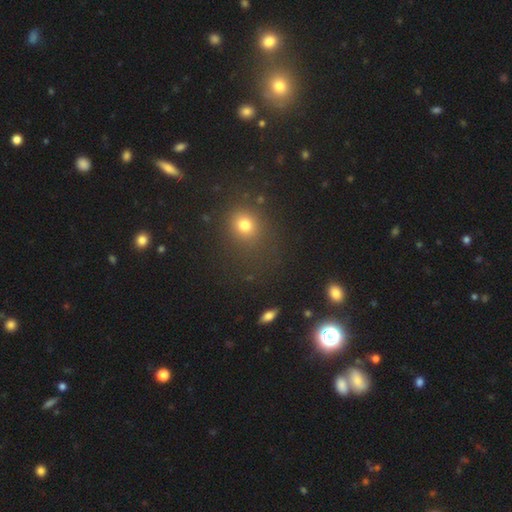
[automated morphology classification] smooth-or-featured: smooth: 55% | star or artifact: 38% | featured or disk: 7%
  how-rounded: round: 82% | in between: 17% | cigar-shaped: 1%
  merging: none: 81% | minor disturbance: 10% | major disturbance: 5% | merger: 4%